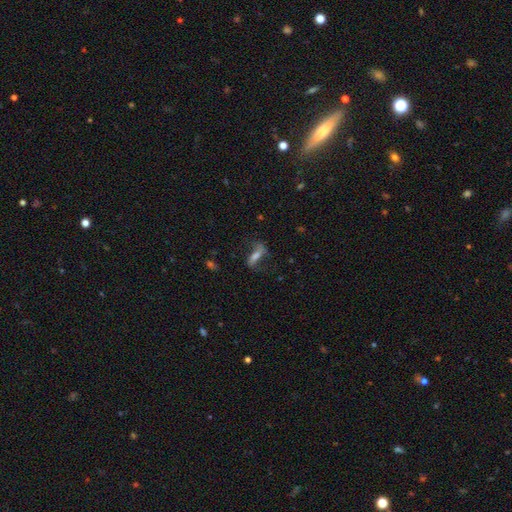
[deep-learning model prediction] Q: Smooth or featured?
A: featured or disk (52%); runner-up: smooth (35%)
Q: Edge-on disk?
A: no (72%); runner-up: yes (28%)
Q: Merging?
A: none (62%); runner-up: minor disturbance (19%)